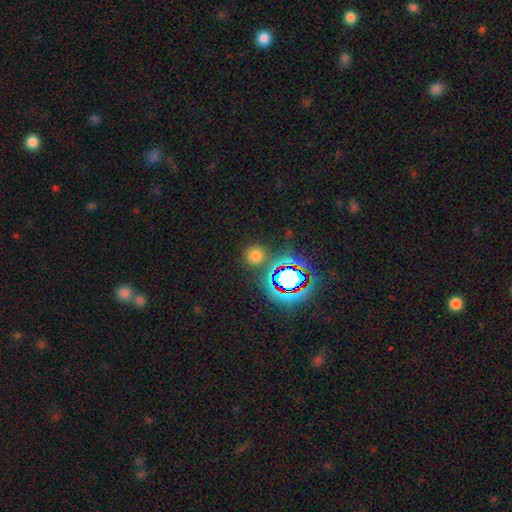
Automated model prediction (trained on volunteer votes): A smooth galaxy with no disk features (62%) that is round (91%). Merging: none (82%).